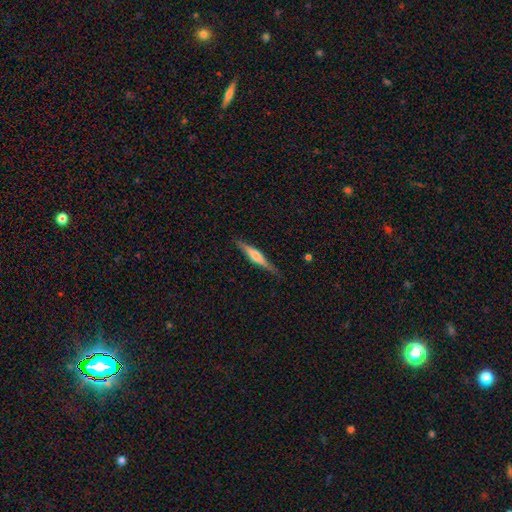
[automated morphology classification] smooth-or-featured: featured or disk: 62% | smooth: 32% | star or artifact: 6%
  disk-edge-on: yes: 97% | no: 3%
    edge-on-bulge: rounded: 67% | boxy: 22% | none: 11%
  merging: none: 84% | minor disturbance: 12% | major disturbance: 2% | merger: 1%